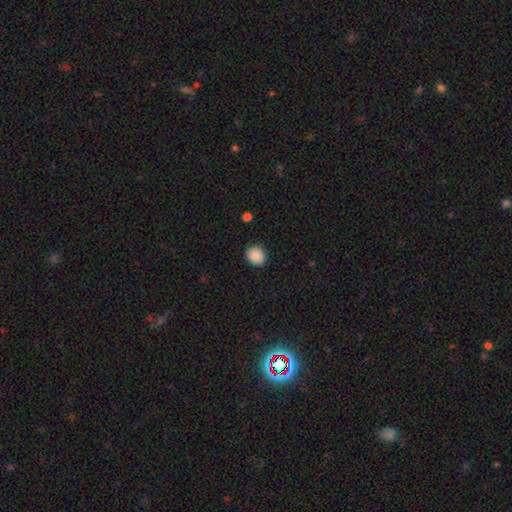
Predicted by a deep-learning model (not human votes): The model was most divided on "how rounded": round: 72%, in between: 27%, cigar-shaped: 1%. More confident: smooth or featured — smooth (89%); merging — none (89%).